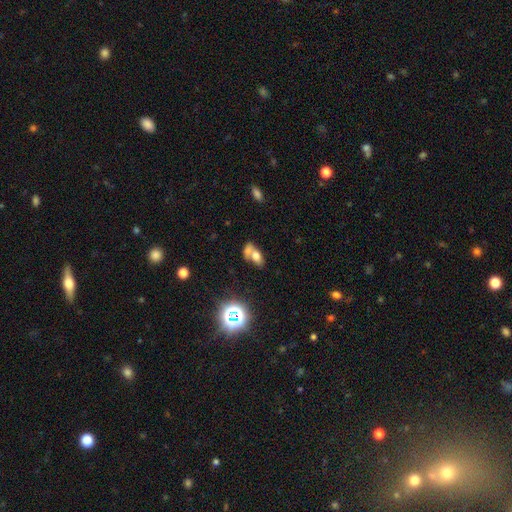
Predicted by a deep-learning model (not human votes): This appears to be a smooth galaxy with no disk features (63%) that is in between round and cigar-shaped (79%). Merging: merger (61%).